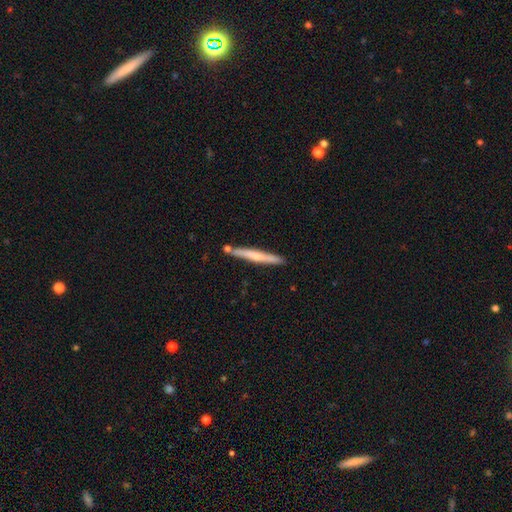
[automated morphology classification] Q: Smooth or featured?
A: smooth (50%); runner-up: featured or disk (45%)
Q: Merging?
A: none (81%); runner-up: minor disturbance (11%)